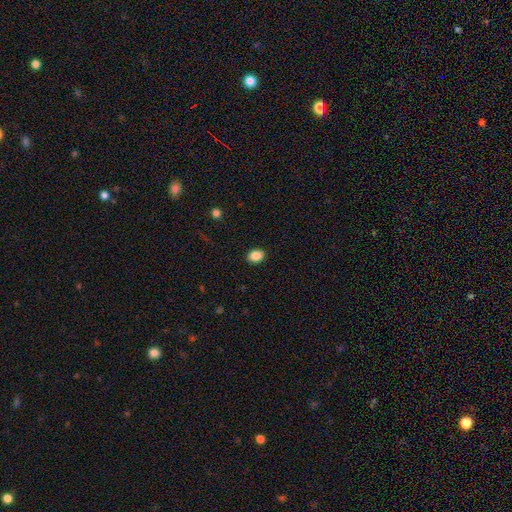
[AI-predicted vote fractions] Smooth or featured?
  - smooth: 87% *
  - star or artifact: 9%
  - featured or disk: 4%
How rounded?
  - in between: 68% *
  - round: 31%
  - cigar-shaped: 1%
Merging?
  - none: 90% *
  - minor disturbance: 7%
  - major disturbance: 2%
  - merger: 1%